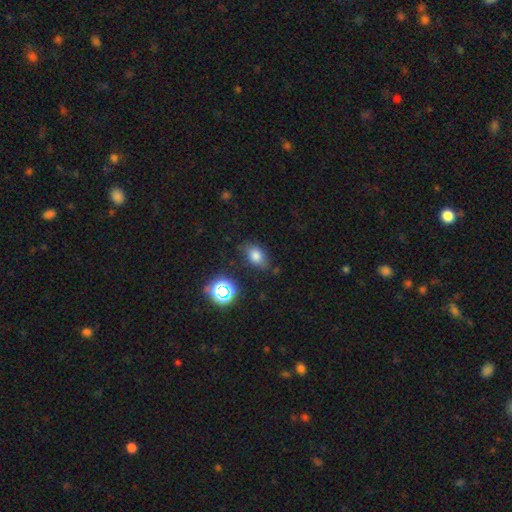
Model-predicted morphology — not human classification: smooth_or_featured: smooth (p=0.74) [alt: star or artifact p=0.16]
how_rounded: in between (p=0.81) [alt: round p=0.17]
merging: none (p=0.73) [alt: minor disturbance p=0.19]